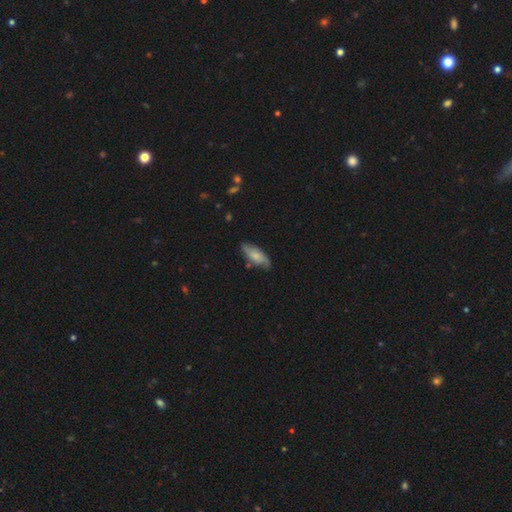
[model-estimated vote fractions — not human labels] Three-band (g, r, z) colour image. It shows a smooth galaxy with no disk features (49%). Merging: none (71%).